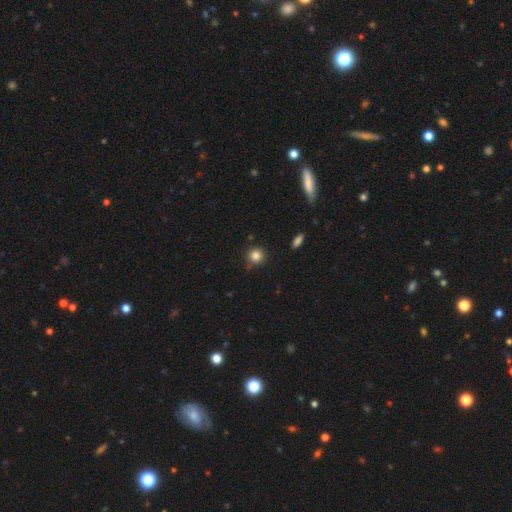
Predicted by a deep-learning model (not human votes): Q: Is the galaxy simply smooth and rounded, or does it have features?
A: smooth — 84%.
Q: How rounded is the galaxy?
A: round — 92%.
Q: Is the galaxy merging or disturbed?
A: none — 86%.